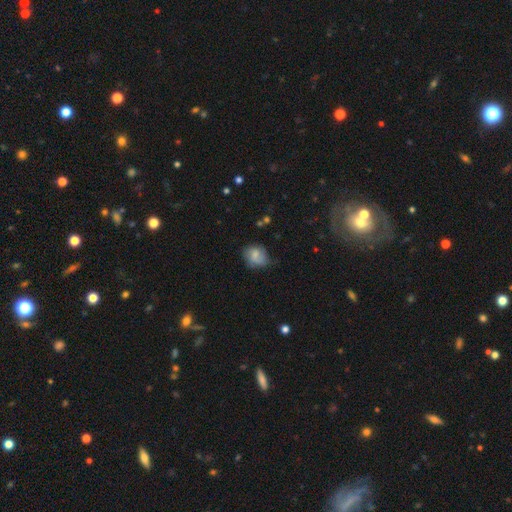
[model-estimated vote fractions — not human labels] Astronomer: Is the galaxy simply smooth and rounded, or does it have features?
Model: smooth — 60%.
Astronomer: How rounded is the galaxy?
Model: round — 60% (runner-up: in between, 39%).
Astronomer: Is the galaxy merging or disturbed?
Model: none — 56% (runner-up: minor disturbance, 32%).